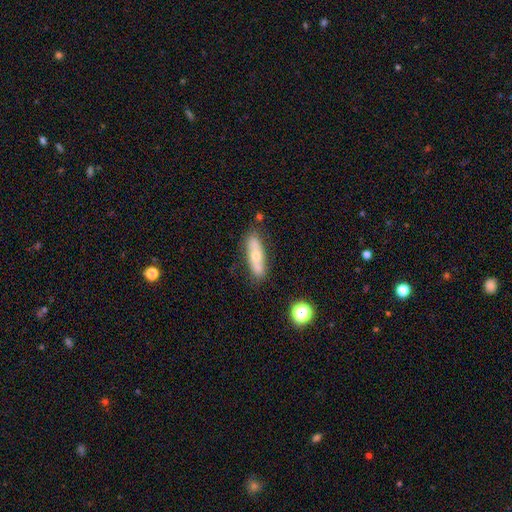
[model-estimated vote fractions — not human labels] The model was most divided on "smooth or featured": smooth: 51%, featured or disk: 42%, star or artifact: 7%. More confident: merging — none (75%); how rounded — cigar-shaped (58%).